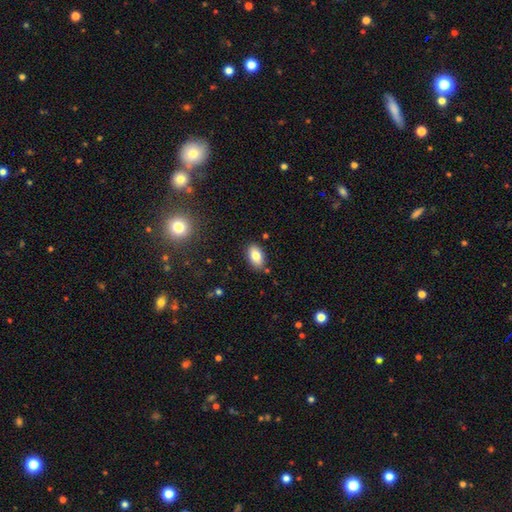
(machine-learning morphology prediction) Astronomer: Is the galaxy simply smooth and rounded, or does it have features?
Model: smooth — 80%.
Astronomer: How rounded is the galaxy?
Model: in between — 92%.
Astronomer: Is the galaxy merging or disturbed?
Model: none — 84%.